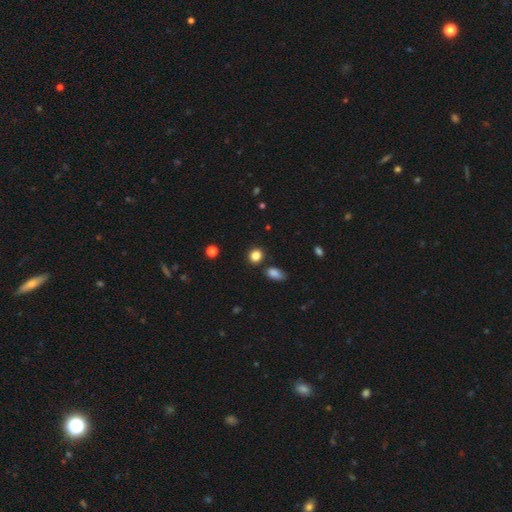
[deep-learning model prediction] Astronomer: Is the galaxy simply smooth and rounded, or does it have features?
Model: smooth — 85%.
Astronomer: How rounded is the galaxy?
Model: round — 73%.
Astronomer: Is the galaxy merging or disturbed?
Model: none — 83%.